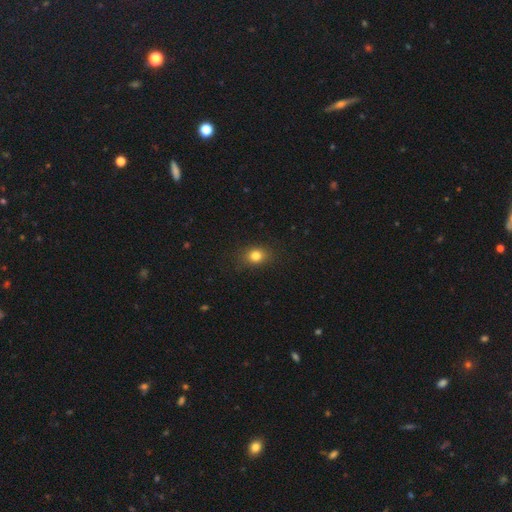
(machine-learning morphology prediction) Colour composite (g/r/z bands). It shows a smooth galaxy with no disk features (82%) that is round (50%). Merging: none (85%).